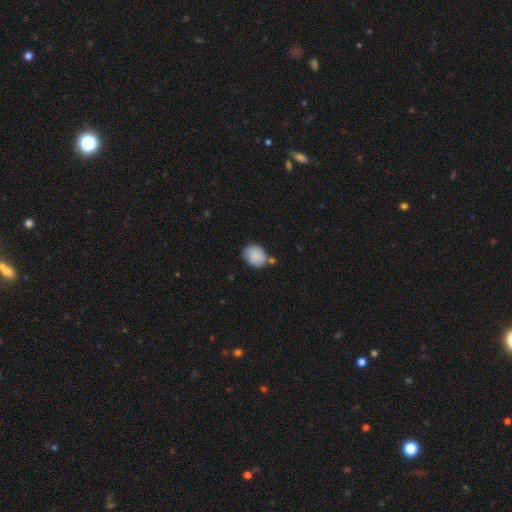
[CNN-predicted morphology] smooth-or-featured: smooth: 83% | featured or disk: 9% | star or artifact: 7%
  how-rounded: round: 50% | in between: 49% | cigar-shaped: 1%
  merging: none: 58% | minor disturbance: 25% | merger: 11% | major disturbance: 5%